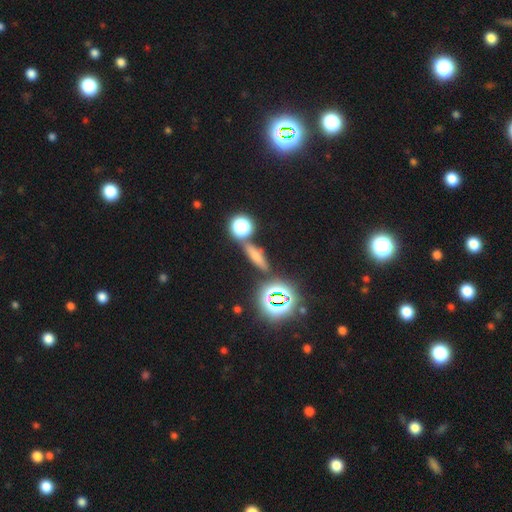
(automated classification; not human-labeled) smooth 54%, star or artifact 28%, featured or disk 19%. Down the decision tree: how rounded — cigar-shaped (62%); merging — none (78%).